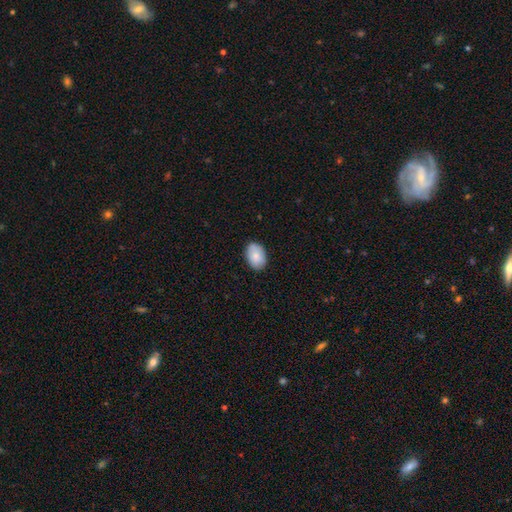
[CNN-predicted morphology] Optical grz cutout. It shows a smooth galaxy with no disk features (84%) that is in between round and cigar-shaped (86%). Merging: none (85%).